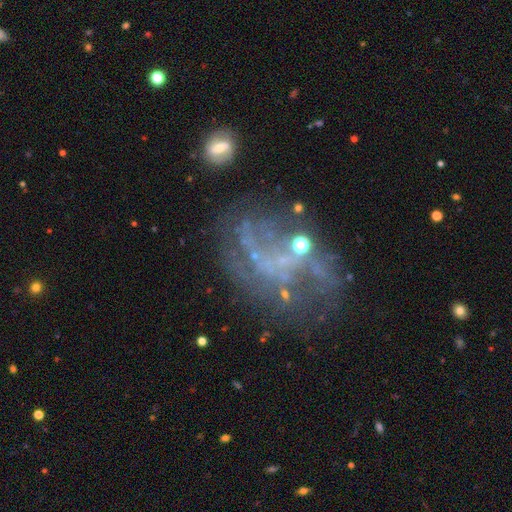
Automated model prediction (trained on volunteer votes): featured or disk 61%, star or artifact 22%, smooth 17%. Down the decision tree: edge-on disk — no (97%); bar — no (81%); spiral arms — no (66%); bulge size — none (63%); merging — none (42%).